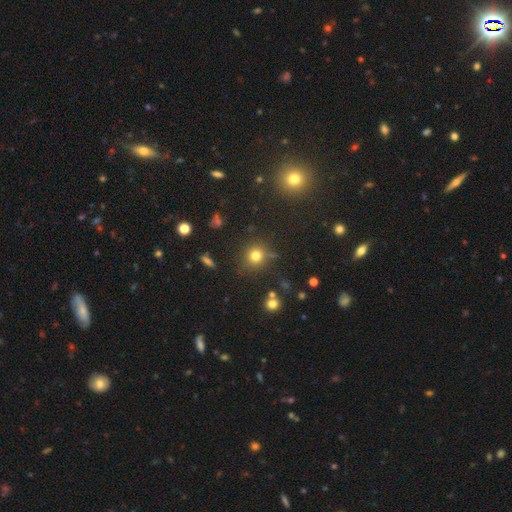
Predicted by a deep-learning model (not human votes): smooth-or-featured: smooth: 75% | star or artifact: 18% | featured or disk: 7%
  how-rounded: round: 90% | in between: 9% | cigar-shaped: 1%
  merging: none: 81% | minor disturbance: 10% | merger: 6% | major disturbance: 4%